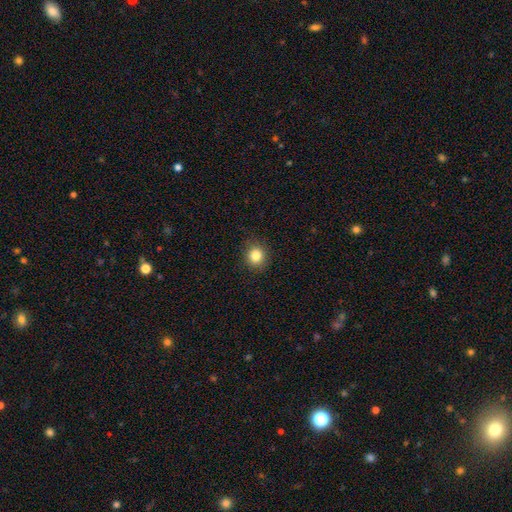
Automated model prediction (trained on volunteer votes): smooth-or-featured: smooth: 83% | star or artifact: 11% | featured or disk: 6%
  how-rounded: round: 86% | in between: 13% | cigar-shaped: 1%
  merging: none: 90% | minor disturbance: 7% | major disturbance: 2% | merger: 1%